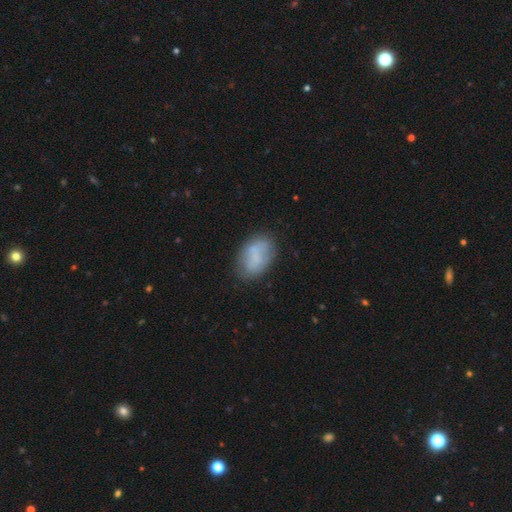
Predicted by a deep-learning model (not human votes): smooth_or_featured: smooth (p=0.68) [alt: featured or disk p=0.24]
how_rounded: in between (p=0.88) [alt: round p=0.10]
merging: none (p=0.67) [alt: minor disturbance p=0.21]